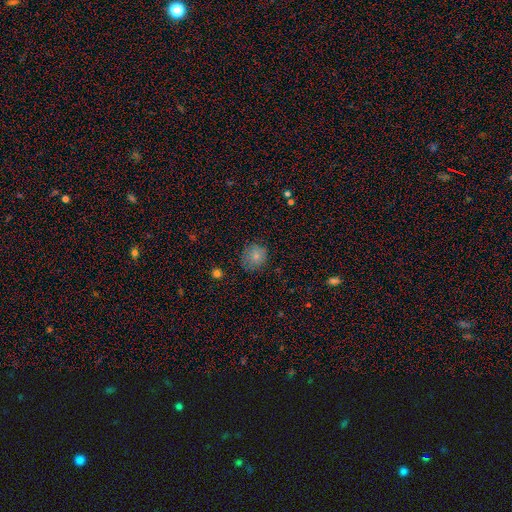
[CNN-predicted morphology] A smooth galaxy with no disk features (78%) that is round (85%). Merging: none (80%).